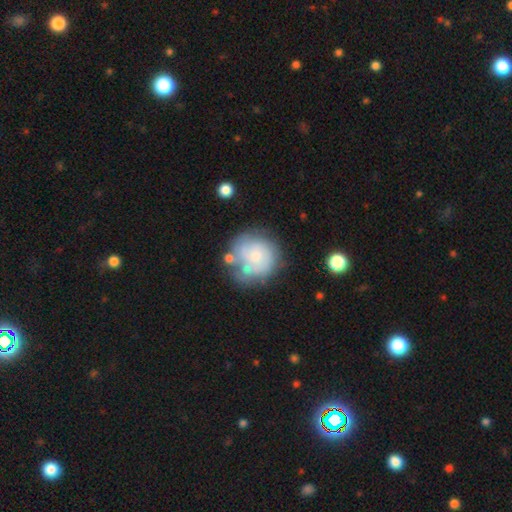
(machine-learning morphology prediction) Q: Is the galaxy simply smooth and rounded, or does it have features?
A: featured or disk — 50%.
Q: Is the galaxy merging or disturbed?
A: none — 50%.